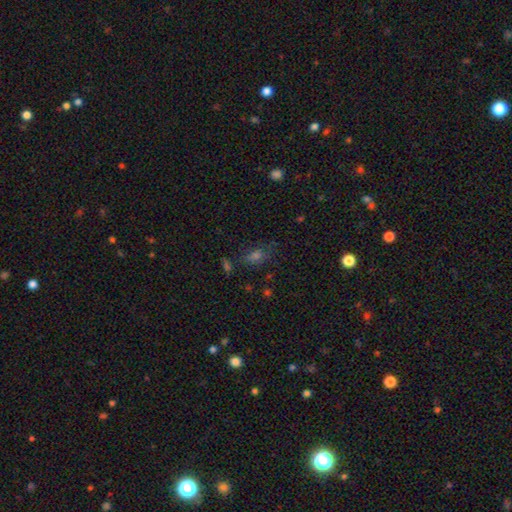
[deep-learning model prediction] Smooth or featured: smooth — 52% (star or artifact — 33%)
How rounded: in between — 69% (round — 24%)
Merging: none — 66% (minor disturbance — 18%)